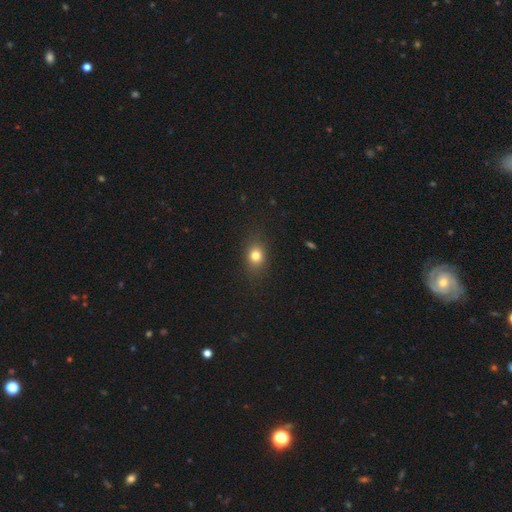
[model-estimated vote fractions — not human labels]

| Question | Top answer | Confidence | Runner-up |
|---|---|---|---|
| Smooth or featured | smooth | 79% | star or artifact (13%) |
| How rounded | round | 52% | in between (46%) |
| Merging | none | 85% | minor disturbance (11%) |